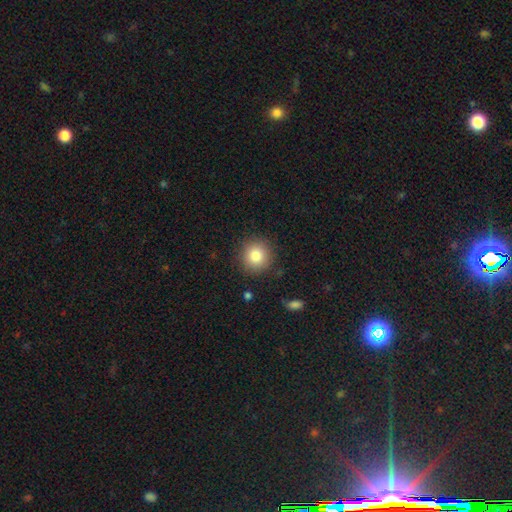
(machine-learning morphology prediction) Q: Smooth or featured?
A: smooth (83%); runner-up: star or artifact (10%)
Q: How rounded?
A: round (92%); runner-up: in between (7%)
Q: Merging?
A: none (88%); runner-up: minor disturbance (8%)